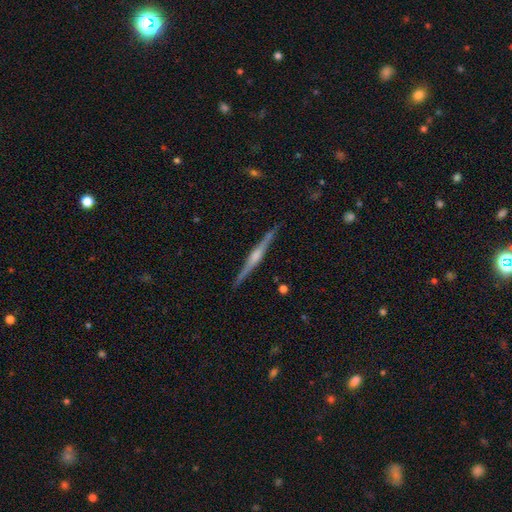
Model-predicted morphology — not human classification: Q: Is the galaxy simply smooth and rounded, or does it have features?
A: featured or disk — 84%.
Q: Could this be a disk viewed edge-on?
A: yes — 99%.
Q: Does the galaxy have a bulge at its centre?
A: rounded — 72%.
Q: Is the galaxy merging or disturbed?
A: none — 91%.